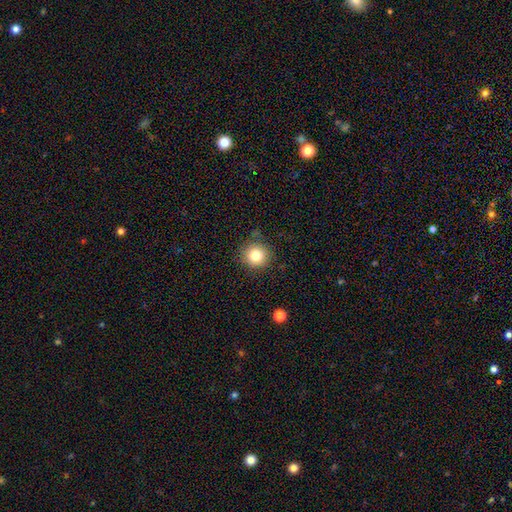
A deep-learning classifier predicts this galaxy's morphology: The model was most divided on "merging": none: 83%, minor disturbance: 12%, major disturbance: 3%, merger: 2%. More confident: how rounded — round (92%); smooth or featured — smooth (84%).